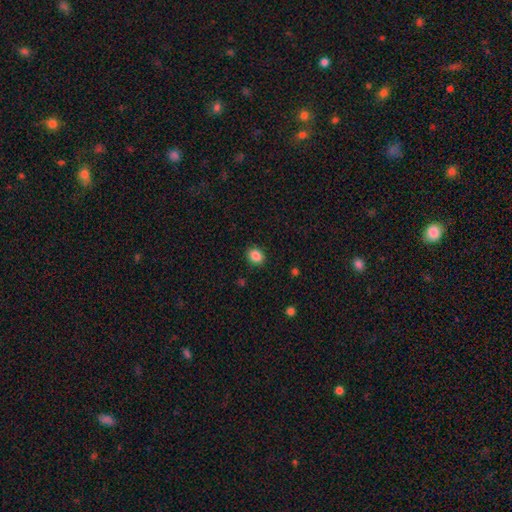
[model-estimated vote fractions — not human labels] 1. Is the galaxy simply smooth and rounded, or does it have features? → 87% smooth, 10% star or artifact, 3% featured or disk.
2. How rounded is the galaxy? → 54% round, 45% in between, 1% cigar-shaped.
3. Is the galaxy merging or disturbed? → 89% none, 8% minor disturbance, 2% major disturbance, 1% merger.